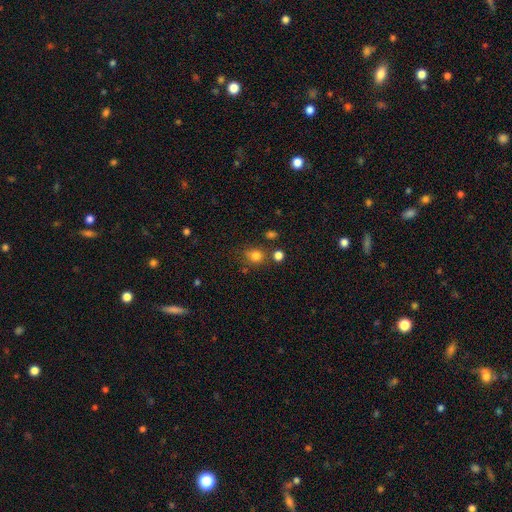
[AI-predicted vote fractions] Smooth or featured? smooth (79%)
How rounded? round (76%)
Merging? none (70%)